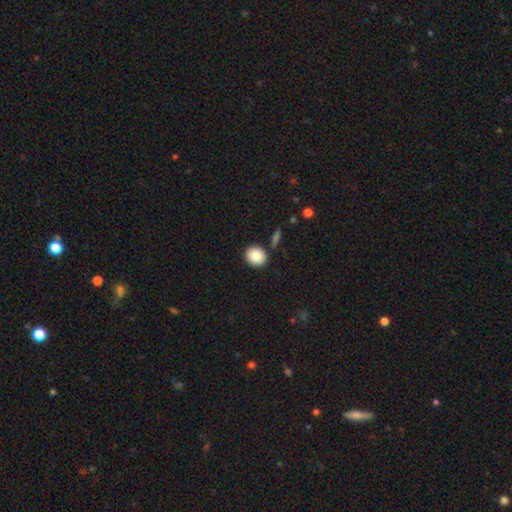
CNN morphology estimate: Smooth or featured? Predicted: smooth (p=0.85). How rounded? Predicted: round (p=0.76). Merging? Predicted: none (p=0.87).